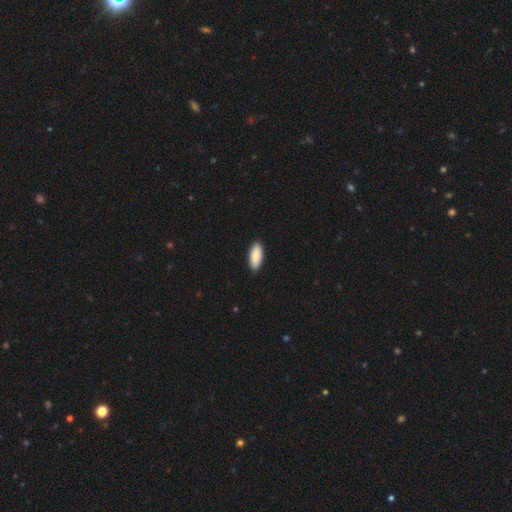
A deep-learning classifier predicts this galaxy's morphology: Smooth or featured? smooth (90%)
How rounded? in between (85%)
Merging? none (90%)